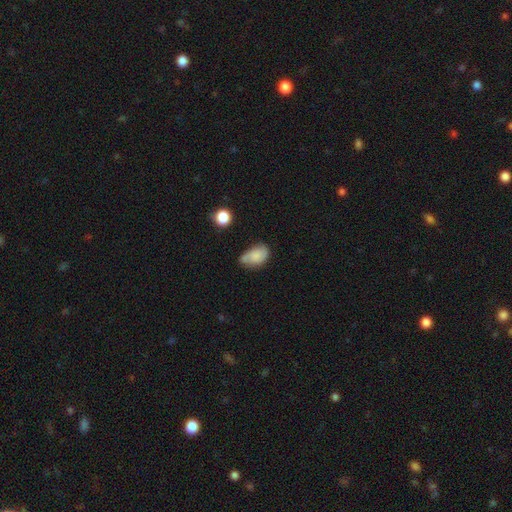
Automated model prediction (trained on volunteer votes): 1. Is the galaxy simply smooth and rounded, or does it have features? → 67% smooth, 24% featured or disk, 9% star or artifact.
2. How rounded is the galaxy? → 87% in between, 12% round, 2% cigar-shaped.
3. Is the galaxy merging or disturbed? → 45% none, 37% minor disturbance, 12% major disturbance, 6% merger.